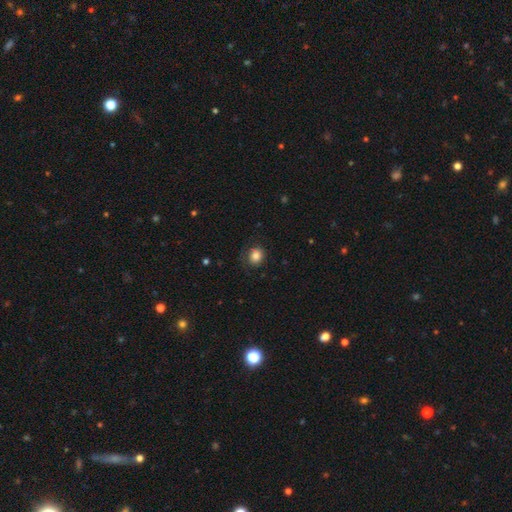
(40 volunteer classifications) Morphology: type=smooth (78%); roundness=round (74%); merging=none (67%).